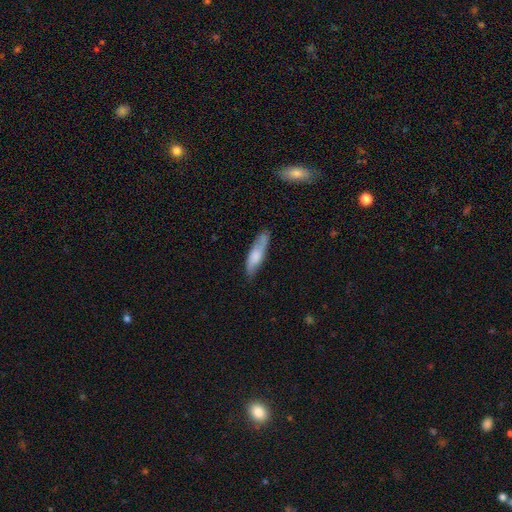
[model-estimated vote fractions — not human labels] The model was most divided on "how rounded": cigar-shaped: 64%, in between: 34%, round: 2%. More confident: merging — none (73%); smooth or featured — smooth (67%).